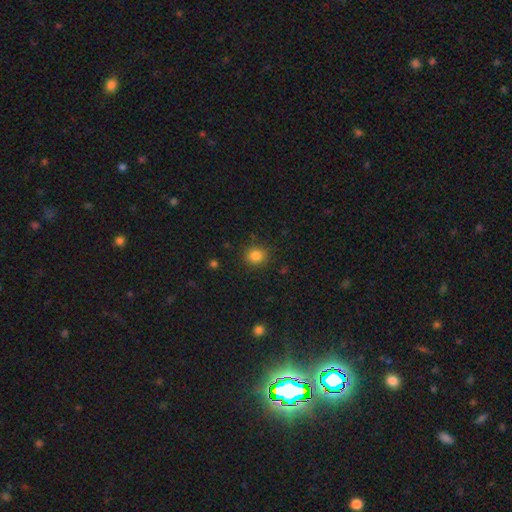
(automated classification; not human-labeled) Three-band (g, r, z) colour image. It shows a smooth galaxy with no disk features (84%) that is round (81%). Merging: none (87%).